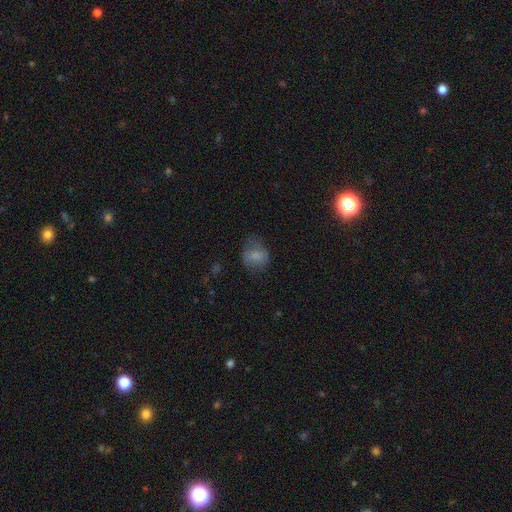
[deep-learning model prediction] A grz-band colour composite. It shows a smooth galaxy with no disk features (74%) that is round (54%). Merging: none (55%).